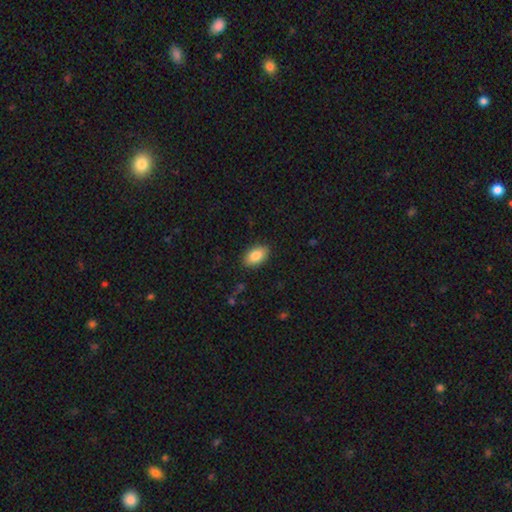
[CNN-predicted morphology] Smooth or featured?
  - smooth: 85% *
  - featured or disk: 8%
  - star or artifact: 7%
How rounded?
  - in between: 91% *
  - round: 6%
  - cigar-shaped: 2%
Merging?
  - none: 88% *
  - minor disturbance: 9%
  - major disturbance: 2%
  - merger: 1%